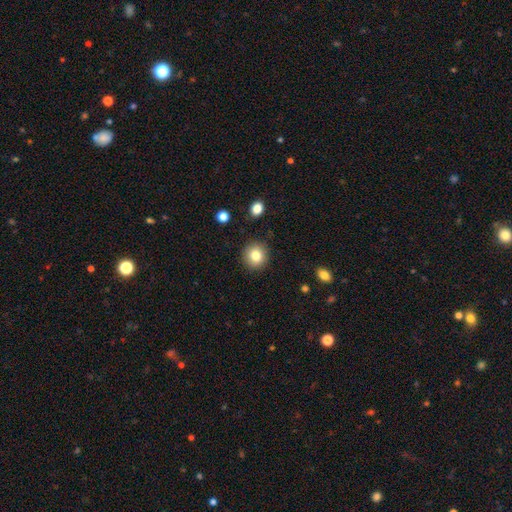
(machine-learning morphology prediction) Smooth or featured? Predicted: smooth (p=0.83). How rounded? Predicted: round (p=0.89). Merging? Predicted: none (p=0.89).